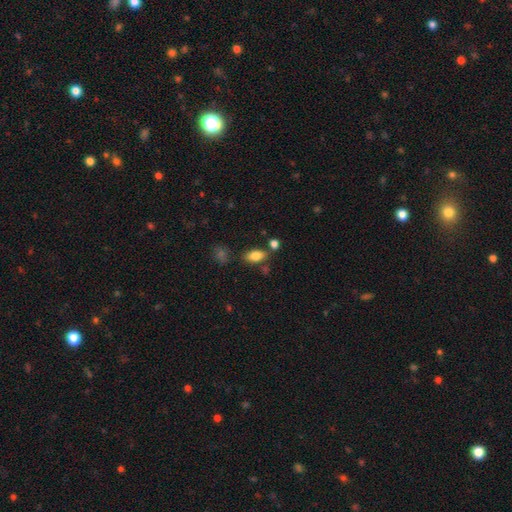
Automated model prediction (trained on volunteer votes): Smooth or featured: smooth — 81% (featured or disk — 11%)
How rounded: in between — 89% (cigar-shaped — 6%)
Merging: none — 75% (minor disturbance — 13%)